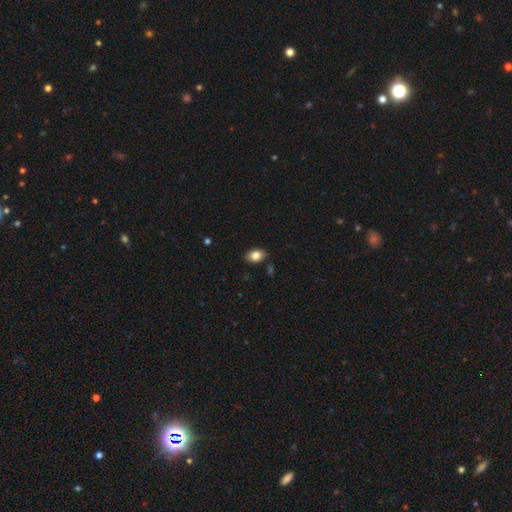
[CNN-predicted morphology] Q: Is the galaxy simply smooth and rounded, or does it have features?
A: smooth — 83%.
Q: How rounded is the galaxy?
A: in between — 82%.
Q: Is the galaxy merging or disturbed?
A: none — 85%.